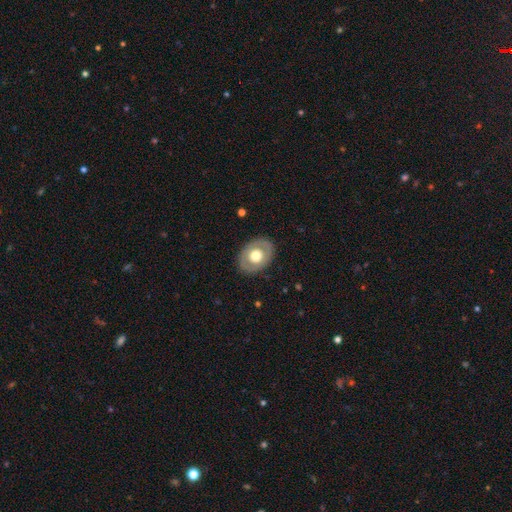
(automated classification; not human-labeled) This appears to be a smooth galaxy with no disk features (51%) that is in between round and cigar-shaped (67%). Merging: none (84%).